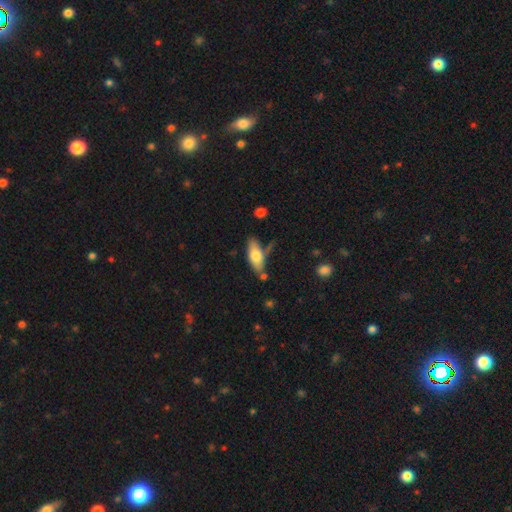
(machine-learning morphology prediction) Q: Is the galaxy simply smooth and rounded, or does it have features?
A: smooth — 68%.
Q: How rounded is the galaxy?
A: in between — 74%.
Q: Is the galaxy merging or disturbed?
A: none — 62%.